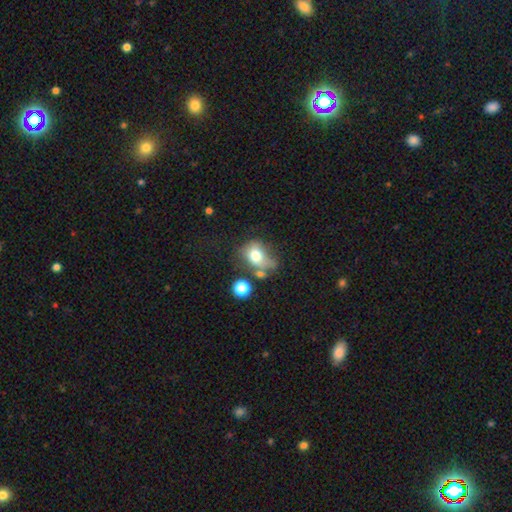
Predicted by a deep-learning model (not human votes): The model was most divided on "merging": none: 30%, minor disturbance: 24%, merger: 23%, major disturbance: 22%. More confident: smooth or featured — smooth (69%); how rounded — in between (57%).